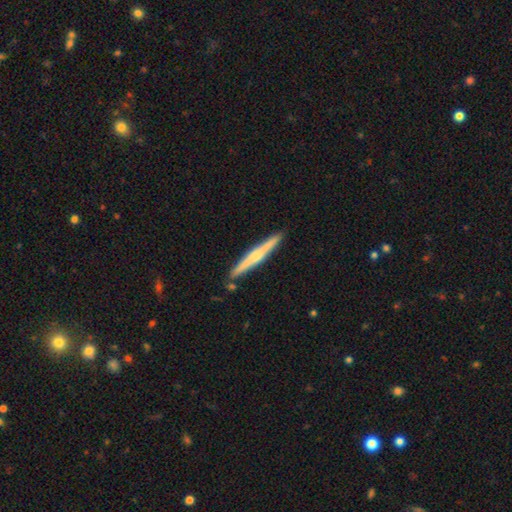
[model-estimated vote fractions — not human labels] A featured or disk galaxy (61%) viewed edge-on (98%) with a rounded central bulge (75%).

Vote fractions:
- Smooth or featured? featured or disk: 61% / smooth: 34% / star or artifact: 5%
- Edge-on disk? yes: 98% / no: 2%
- Edge-on bulge? rounded: 75% / none: 18% / boxy: 8%
- Merging? none: 88% / minor disturbance: 8% / merger: 2% / major disturbance: 1%